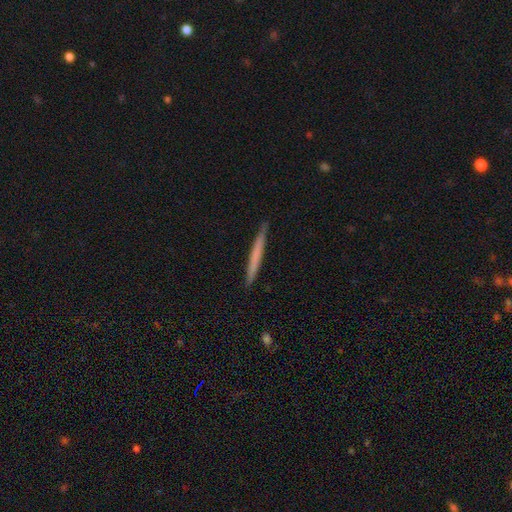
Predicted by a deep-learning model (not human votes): This appears to be a smooth galaxy with no disk features (60%) that is cigar-shaped (97%). Merging: none (90%).